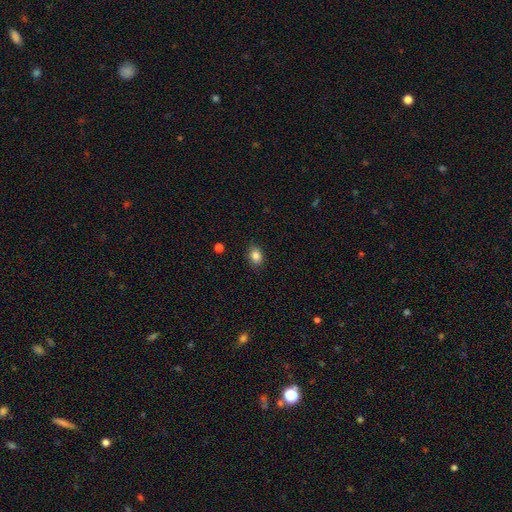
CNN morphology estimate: This appears to be a smooth galaxy with no disk features (84%) that is in between round and cigar-shaped (65%). Merging: none (85%).